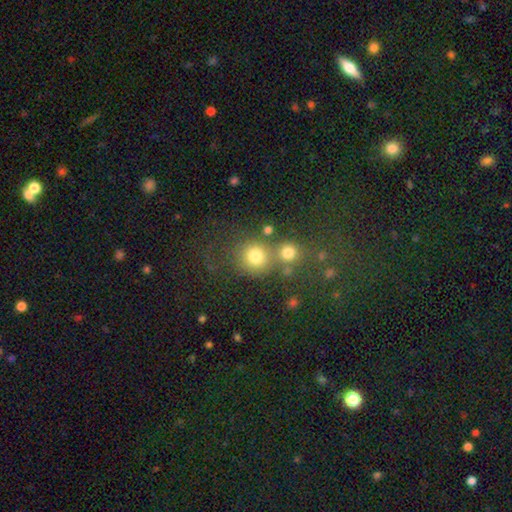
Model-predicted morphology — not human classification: type=smooth (77%); roundness=round (87%); merging=none (53%).